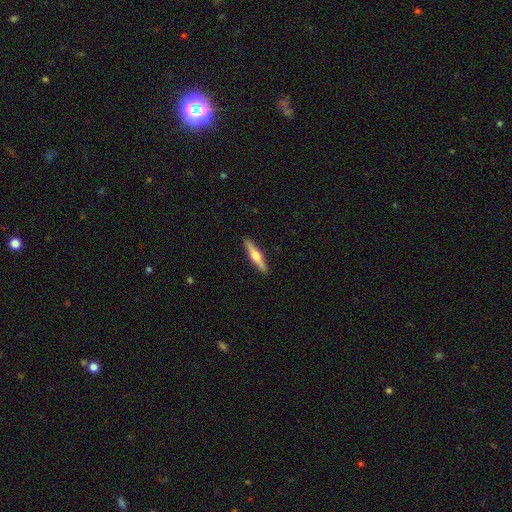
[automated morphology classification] Smooth or featured?
  - featured or disk: 54% *
  - smooth: 40%
  - star or artifact: 5%
Edge-on disk?
  - yes: 97% *
  - no: 3%
Edge-on bulge?
  - rounded: 87% *
  - boxy: 8%
  - none: 5%
Merging?
  - none: 91% *
  - minor disturbance: 7%
  - major disturbance: 1%
  - merger: 1%